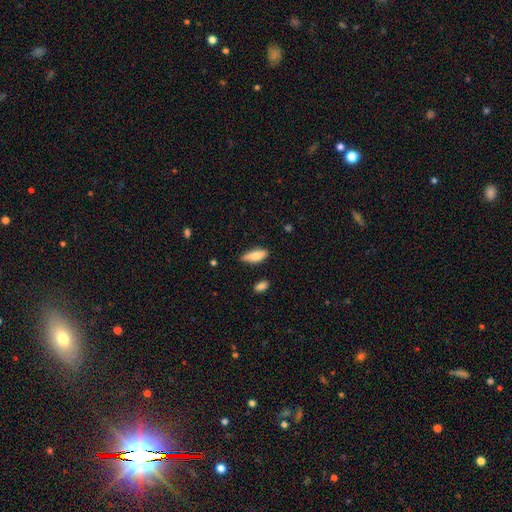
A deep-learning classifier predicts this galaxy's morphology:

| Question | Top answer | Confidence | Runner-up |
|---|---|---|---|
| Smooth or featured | smooth | 80% | featured or disk (14%) |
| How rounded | in between | 69% | cigar-shaped (29%) |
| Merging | none | 78% | minor disturbance (17%) |